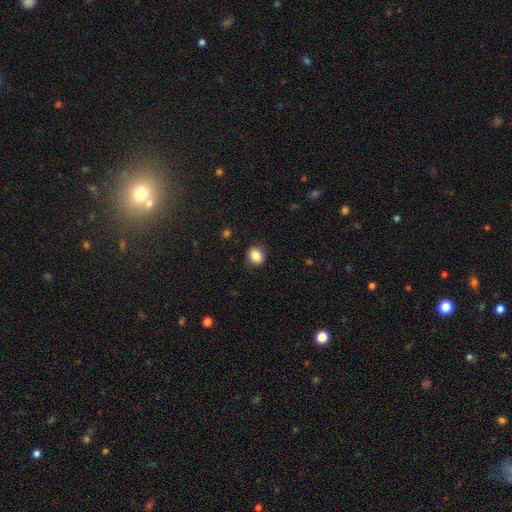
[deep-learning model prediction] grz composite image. It shows a smooth galaxy with no disk features (86%) that is round (67%). Merging: none (89%).